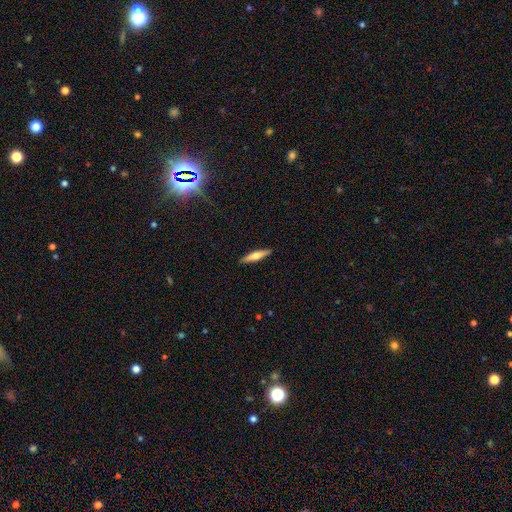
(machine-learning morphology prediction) A smooth galaxy with no disk features (49%).

Vote fractions:
- Smooth or featured? smooth: 49% / featured or disk: 45% / star or artifact: 6%
- Merging? none: 91% / minor disturbance: 7% / major disturbance: 2% / merger: 1%